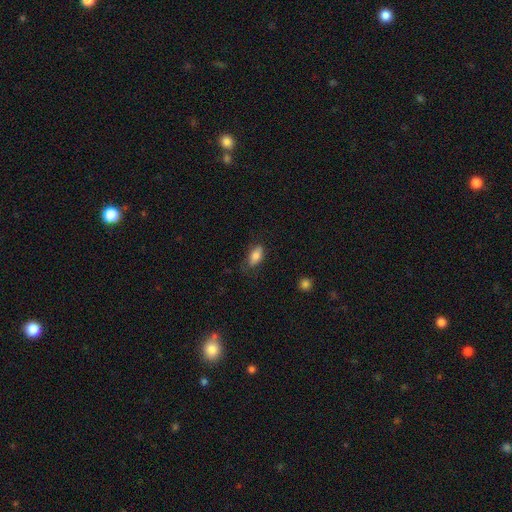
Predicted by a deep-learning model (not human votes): smooth_or_featured: smooth (p=0.79) [alt: featured or disk p=0.14]
how_rounded: in between (p=0.88) [alt: cigar-shaped p=0.08]
merging: none (p=0.71) [alt: minor disturbance p=0.22]